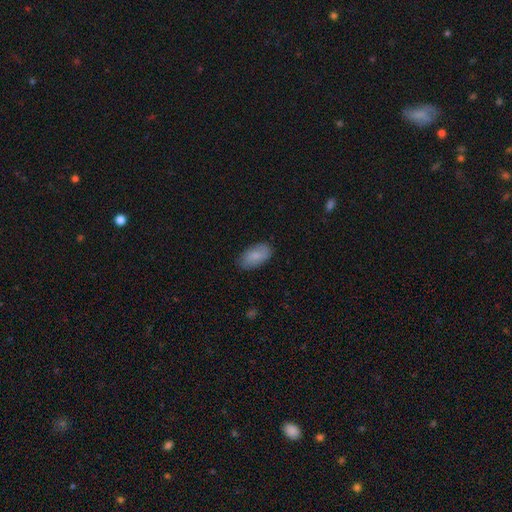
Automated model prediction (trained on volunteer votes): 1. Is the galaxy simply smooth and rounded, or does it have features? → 79% smooth, 15% featured or disk, 6% star or artifact.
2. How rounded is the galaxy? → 94% in between, 3% round, 3% cigar-shaped.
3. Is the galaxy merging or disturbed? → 83% none, 13% minor disturbance, 3% major disturbance, 1% merger.